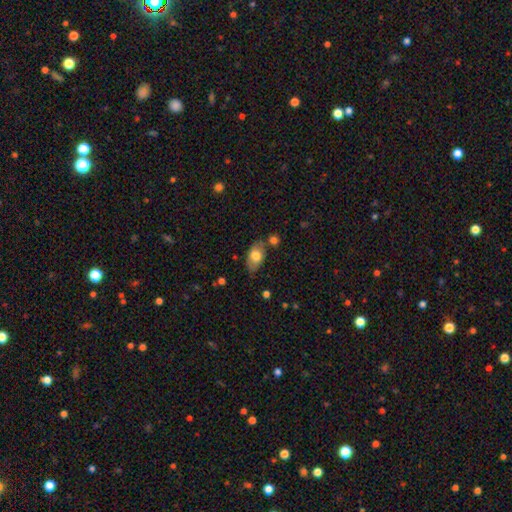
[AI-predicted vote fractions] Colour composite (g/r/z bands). It shows a smooth galaxy with no disk features (70%) that is in between round and cigar-shaped (91%). Merging: none (64%).